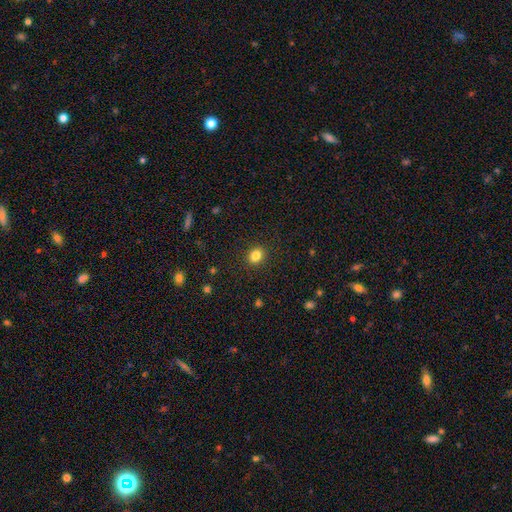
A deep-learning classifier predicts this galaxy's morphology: Smooth or featured? Predicted: smooth (p=0.83). How rounded? Predicted: round (p=0.56). Merging? Predicted: none (p=0.89).